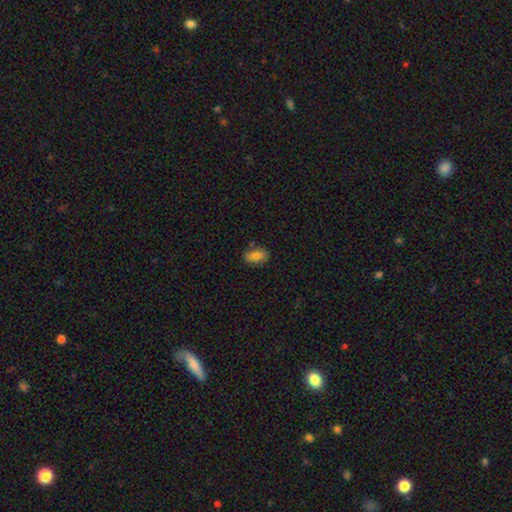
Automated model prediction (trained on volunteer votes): This is likely a smooth galaxy (76%). How rounded: clearly in between (88%). Merging: likely none (78%).